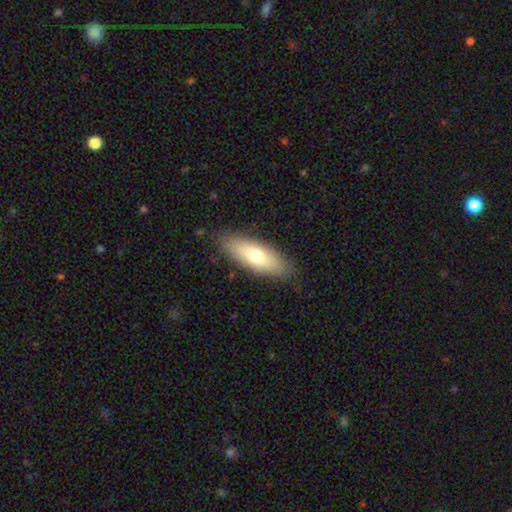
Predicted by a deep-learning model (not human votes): smooth-or-featured: smooth: 69% | featured or disk: 25% | star or artifact: 6%
  how-rounded: in between: 63% | cigar-shaped: 34% | round: 2%
  merging: none: 86% | minor disturbance: 10% | major disturbance: 2% | merger: 1%